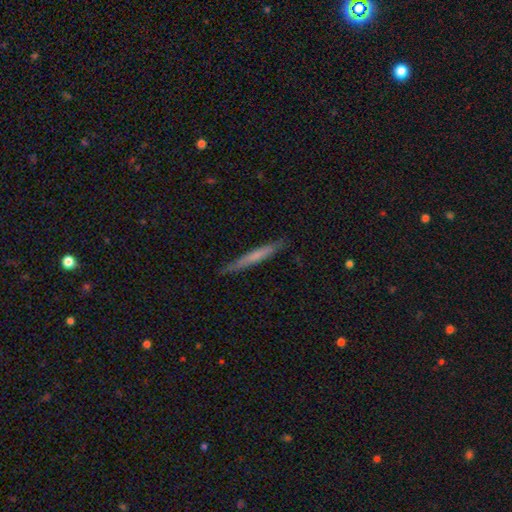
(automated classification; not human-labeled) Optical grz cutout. It shows a smooth galaxy with no disk features (55%) that is cigar-shaped (96%). Merging: none (86%).